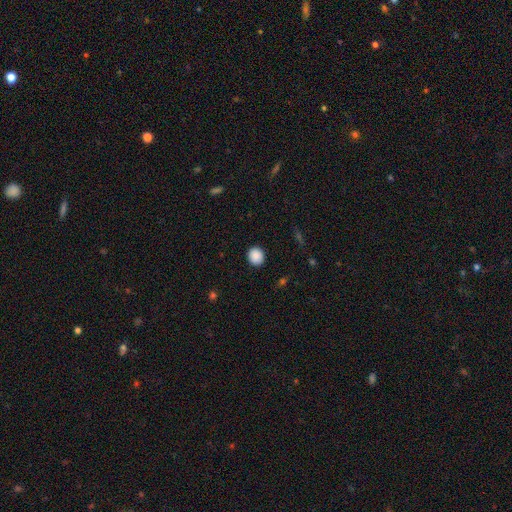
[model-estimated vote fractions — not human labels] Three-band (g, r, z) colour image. It shows a smooth galaxy with no disk features (89%) that is round (80%). Merging: none (91%).